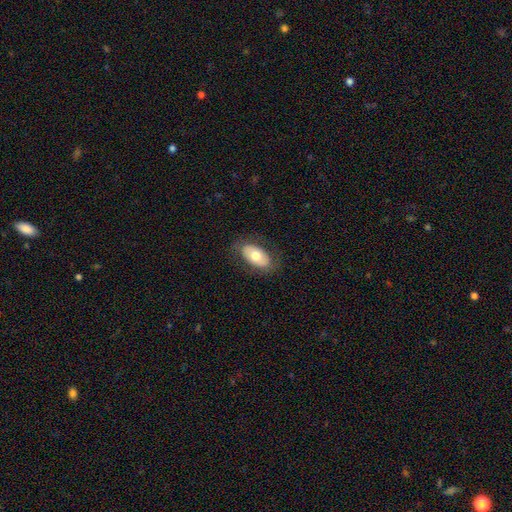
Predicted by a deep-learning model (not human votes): The model was most divided on "smooth or featured": smooth: 64%, featured or disk: 29%, star or artifact: 6%. More confident: how rounded — in between (94%); merging — none (80%).